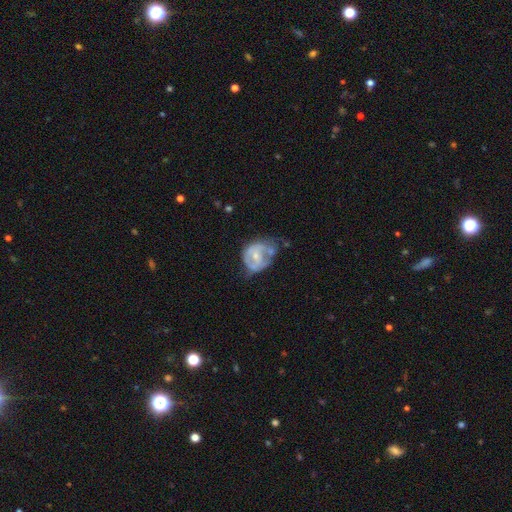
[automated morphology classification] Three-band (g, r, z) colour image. It shows a featured or disk galaxy (65%) with no bar (62%), spiral arms (55%) and a small central bulge (53%). Merging: minor disturbance (31%, tied with major disturbance).